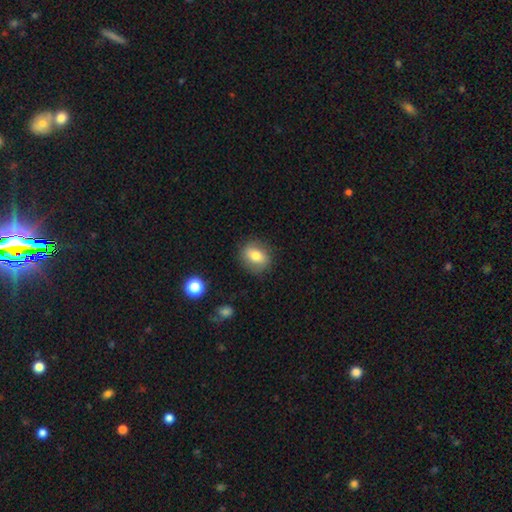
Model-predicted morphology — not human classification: smooth_or_featured: smooth (p=0.71) [alt: featured or disk p=0.20]
how_rounded: round (p=0.49) [tied with: in between p=0.49]
merging: none (p=0.82) [alt: minor disturbance p=0.13]